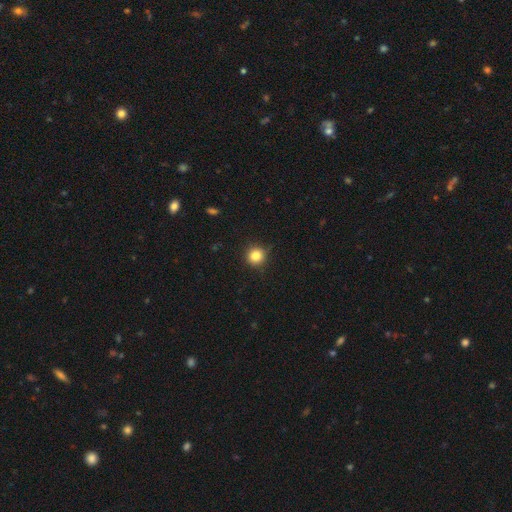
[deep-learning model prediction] This appears to be a smooth galaxy with no disk features (84%) that is round (94%). Merging: none (88%).